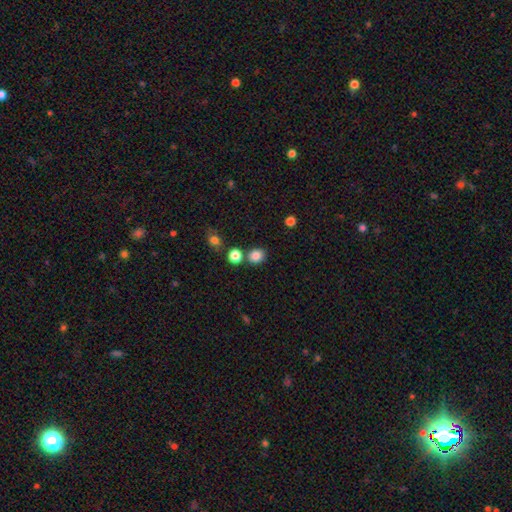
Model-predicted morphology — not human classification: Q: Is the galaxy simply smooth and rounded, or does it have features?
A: smooth — 84%.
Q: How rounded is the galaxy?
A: round — 69%.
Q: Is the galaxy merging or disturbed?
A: none — 76%.